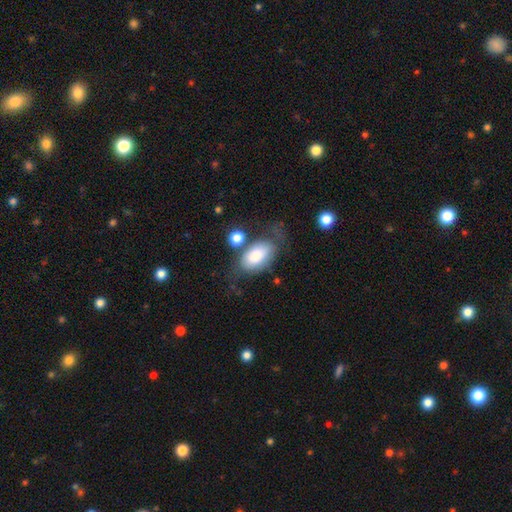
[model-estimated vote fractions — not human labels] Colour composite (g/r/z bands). It shows a smooth galaxy with no disk features (79%) that is in between round and cigar-shaped (92%). Merging: none (48%).